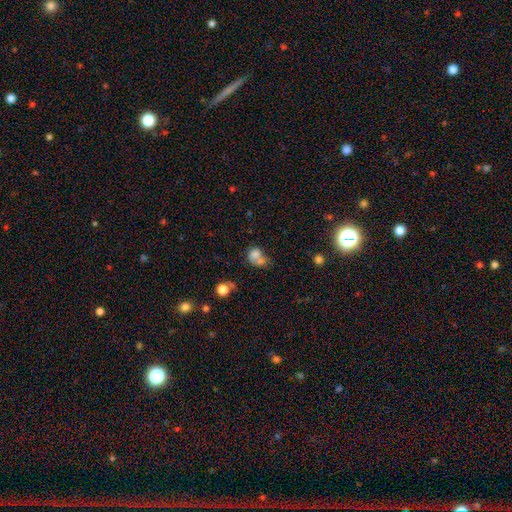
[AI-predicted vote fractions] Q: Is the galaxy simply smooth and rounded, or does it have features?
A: smooth — 72%.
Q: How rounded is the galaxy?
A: round — 59%.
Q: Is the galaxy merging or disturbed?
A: merger — 56%.